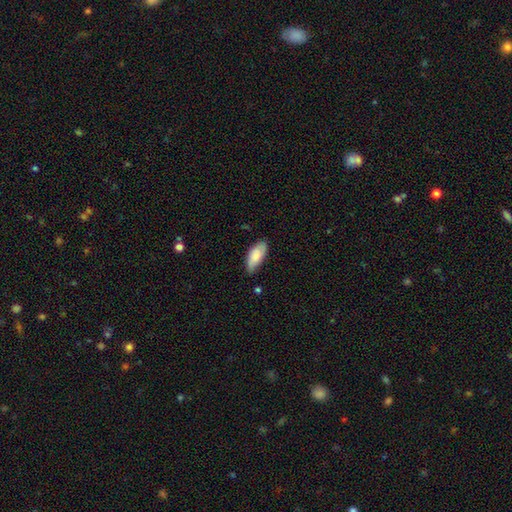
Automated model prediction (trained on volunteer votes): A smooth galaxy with no disk features (81%) that is in between round and cigar-shaped (86%).

Vote fractions:
- Smooth or featured? smooth: 81% / featured or disk: 13% / star or artifact: 6%
- How rounded? in between: 86% / cigar-shaped: 12% / round: 2%
- Merging? none: 71% / minor disturbance: 24% / major disturbance: 3% / merger: 2%